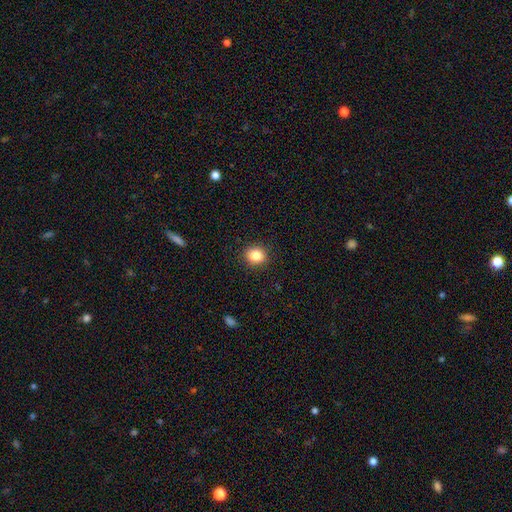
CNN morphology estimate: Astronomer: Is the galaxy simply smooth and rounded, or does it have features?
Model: smooth — 84%.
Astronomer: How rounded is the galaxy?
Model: round — 76%.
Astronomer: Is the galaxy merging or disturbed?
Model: none — 91%.